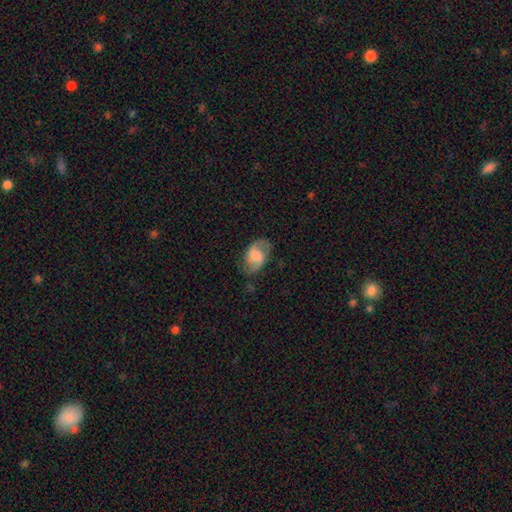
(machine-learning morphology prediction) smooth-or-featured: featured or disk: 60% | smooth: 33% | star or artifact: 7%
  disk-edge-on: no: 96% | yes: 4%
    bar: weak: 44% | no: 42% | strong: 14%
    has-spiral-arms: yes: 87% | no: 13%
    bulge-size: moderate: 36% | large: 29% | small: 20% | none: 12% | dominant: 4%
  merging: none: 69% | minor disturbance: 20% | major disturbance: 9% | merger: 2%